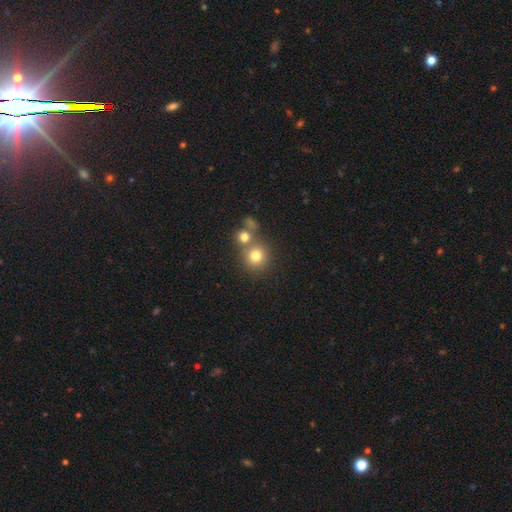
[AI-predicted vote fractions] Smooth or featured? Predicted: smooth (p=0.76). How rounded? Predicted: round (p=0.90). Merging? Predicted: none (p=0.61).